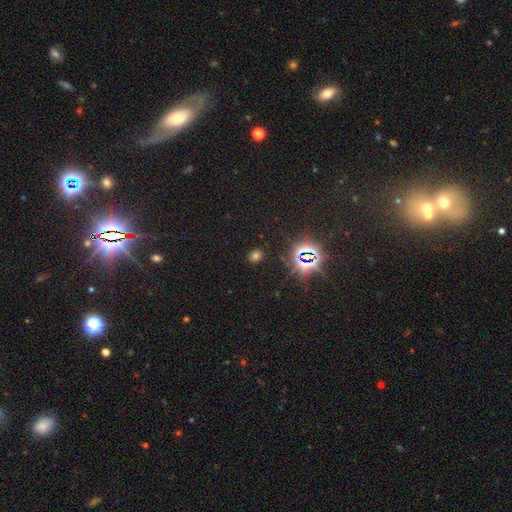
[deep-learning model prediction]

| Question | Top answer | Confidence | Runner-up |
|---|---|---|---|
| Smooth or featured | smooth | 60% | star or artifact (34%) |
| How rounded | round | 60% | in between (39%) |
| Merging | none | 86% | minor disturbance (9%) |